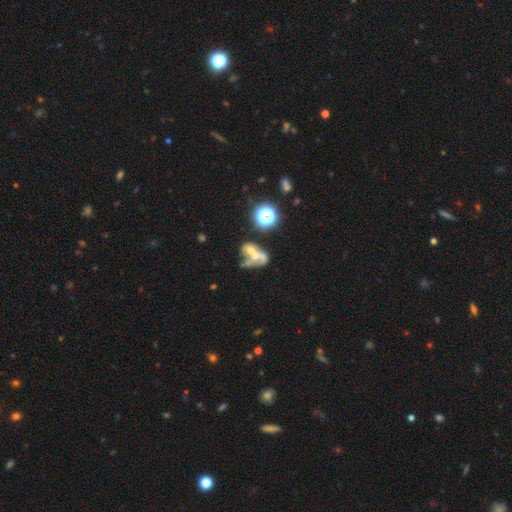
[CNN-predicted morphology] Smooth or featured?
  - featured or disk: 49% *
  - smooth: 31%
  - star or artifact: 20%
Merging?
  - merger: 63% *
  - none: 17%
  - major disturbance: 13%
  - minor disturbance: 8%